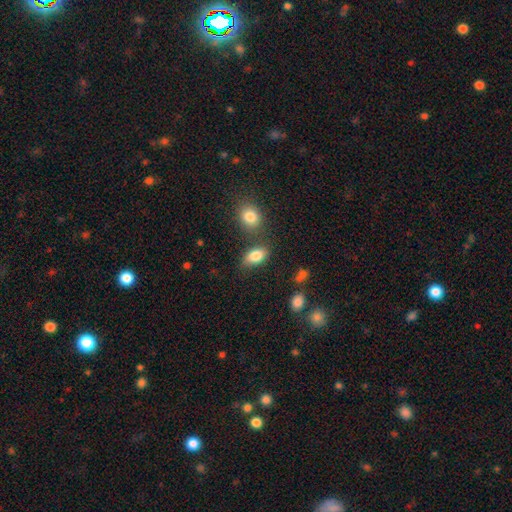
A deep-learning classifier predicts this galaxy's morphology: The model was most divided on "merging": none: 66%, minor disturbance: 17%, merger: 11%, major disturbance: 5%. More confident: how rounded — in between (88%); smooth or featured — smooth (83%).